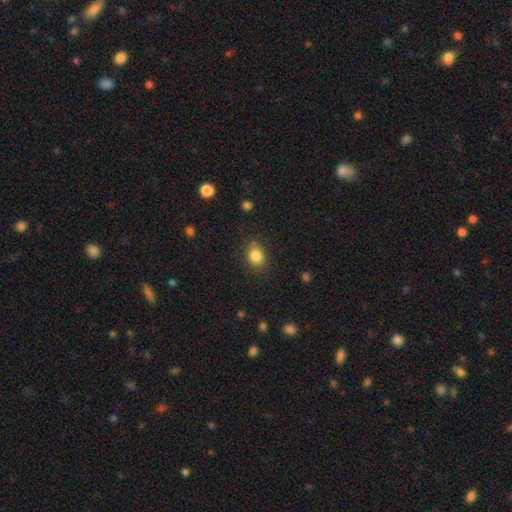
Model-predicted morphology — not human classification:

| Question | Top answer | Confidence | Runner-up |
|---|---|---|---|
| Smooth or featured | smooth | 84% | star or artifact (10%) |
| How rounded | in between | 60% | round (39%) |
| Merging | none | 78% | minor disturbance (15%) |